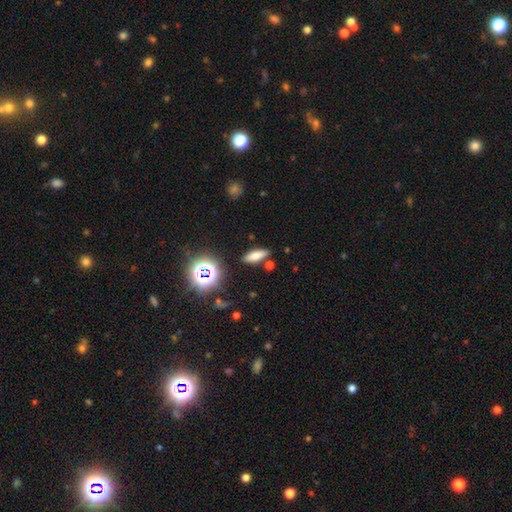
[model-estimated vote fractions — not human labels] Morphology: type=smooth (69%); roundness=in between (48%); merging=none (84%).